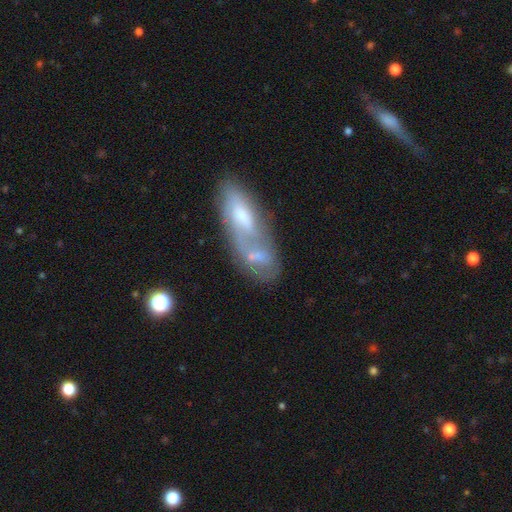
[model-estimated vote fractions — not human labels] smooth 47%, featured or disk 43%, star or artifact 10%. Down the decision tree: merging — merger (36%).